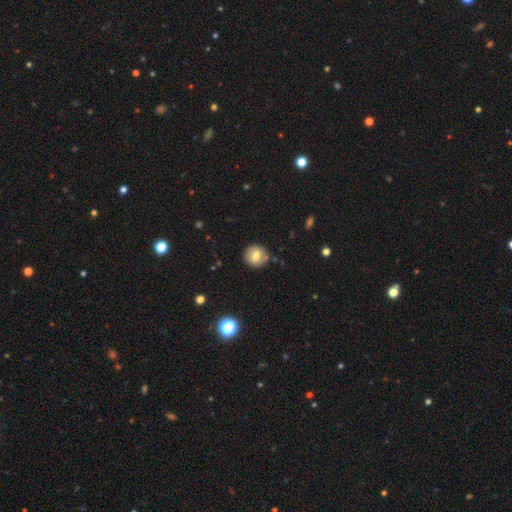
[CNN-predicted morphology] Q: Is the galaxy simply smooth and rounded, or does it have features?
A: smooth — 71%.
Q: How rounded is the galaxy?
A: round — 90%.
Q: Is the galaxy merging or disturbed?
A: none — 85%.